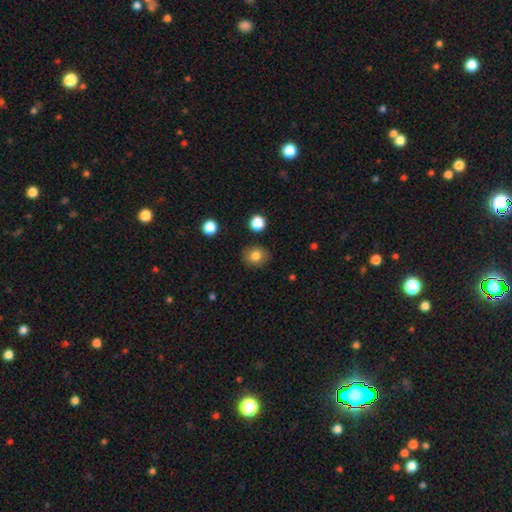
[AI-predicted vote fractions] This is clearly a smooth galaxy (81%). How rounded: likely round (68%). Merging: clearly none (85%).